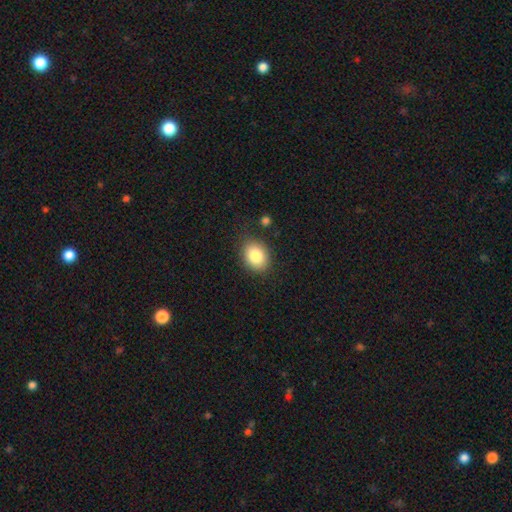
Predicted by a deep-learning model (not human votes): The model was most divided on "how rounded": in between: 58%, round: 41%, cigar-shaped: 1%. More confident: smooth or featured — smooth (83%); merging — none (83%).